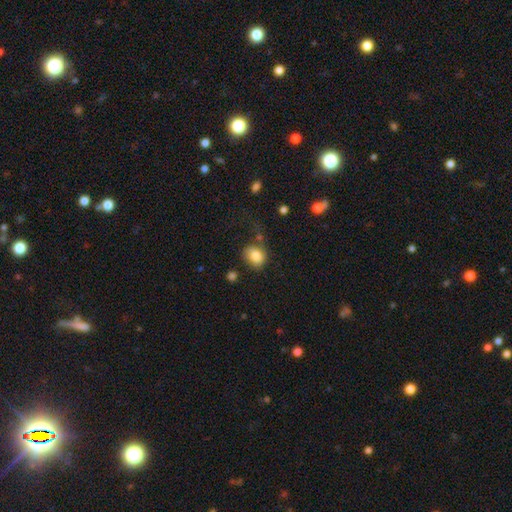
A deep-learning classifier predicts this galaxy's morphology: Overall: smooth (83%). How rounded: round (51%; in between 48%). Merging: none (59%; minor disturbance 22%).